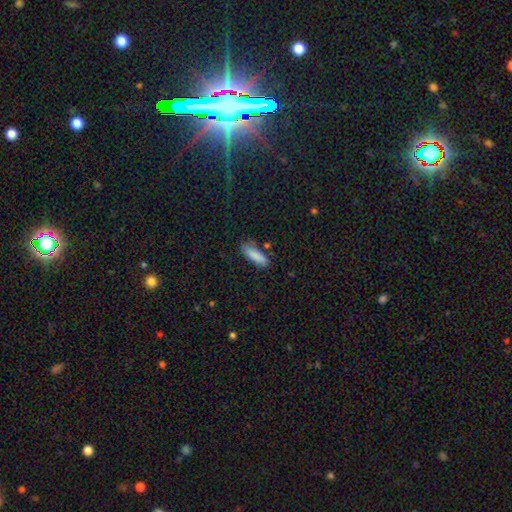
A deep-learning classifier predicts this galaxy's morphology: Smooth or featured: smooth — 87% (star or artifact — 7%)
How rounded: in between — 54% (cigar-shaped — 44%)
Merging: none — 75% (minor disturbance — 18%)